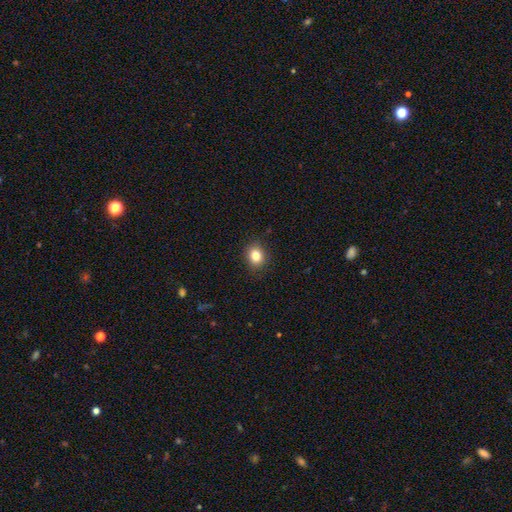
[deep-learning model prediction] A smooth galaxy with no disk features (82%) that is round (64%). Merging: none (89%).